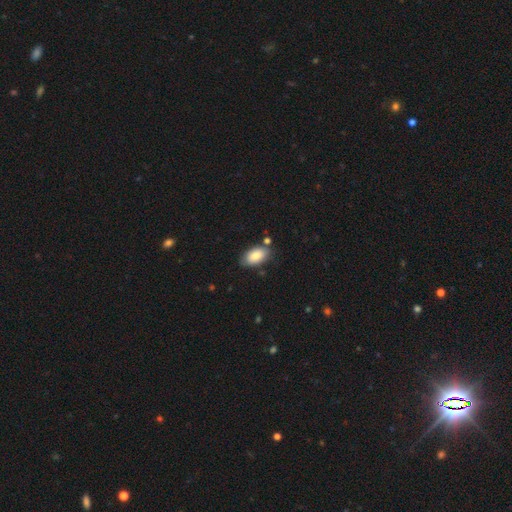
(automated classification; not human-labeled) smooth 84%, featured or disk 9%, star or artifact 7%. Down the decision tree: how rounded — in between (94%); merging — none (77%).